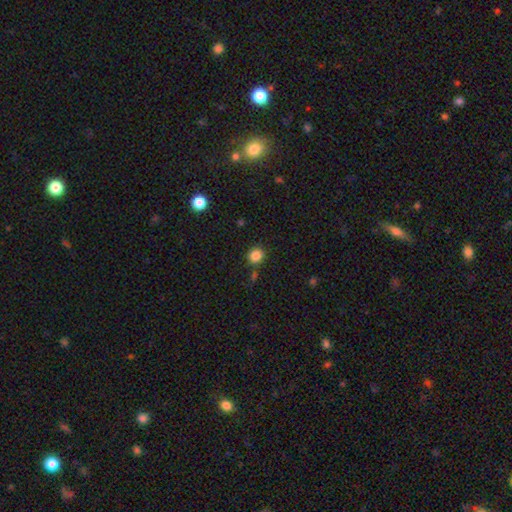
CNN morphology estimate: The model was most divided on "how rounded": round: 85%, in between: 14%, cigar-shaped: 1%. More confident: smooth or featured — smooth (85%); merging — none (82%).